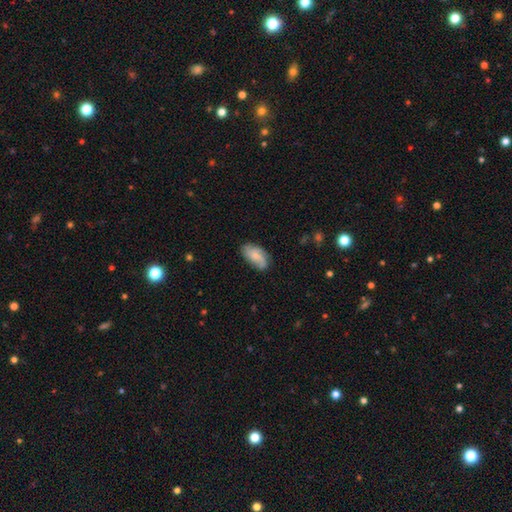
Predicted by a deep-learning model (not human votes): Morphology: type=smooth (55%); roundness=in between (91%); merging=none (69%).